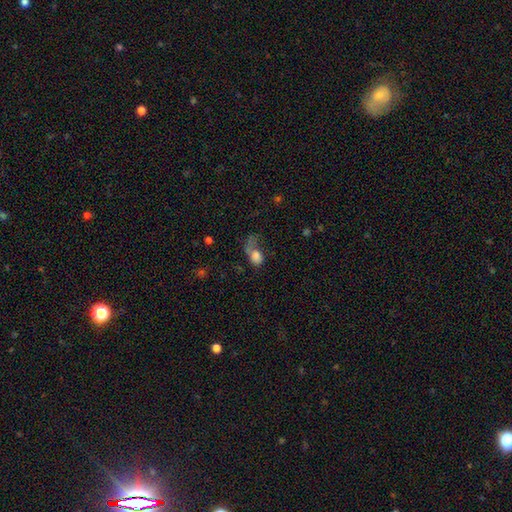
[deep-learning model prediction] A smooth galaxy with no disk features (66%) that is in between round and cigar-shaped (65%).

Vote fractions:
- Smooth or featured? smooth: 66% / featured or disk: 23% / star or artifact: 10%
- How rounded? in between: 65% / round: 33% / cigar-shaped: 2%
- Merging? major disturbance: 58% / none: 19% / minor disturbance: 16% / merger: 8%